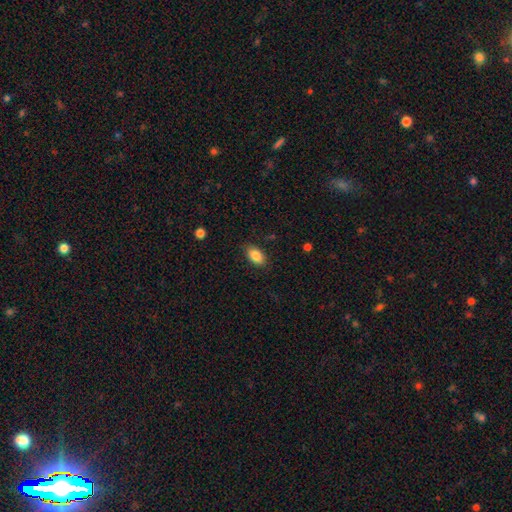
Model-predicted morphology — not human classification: type=smooth (86%); roundness=in between (92%); merging=none (84%).